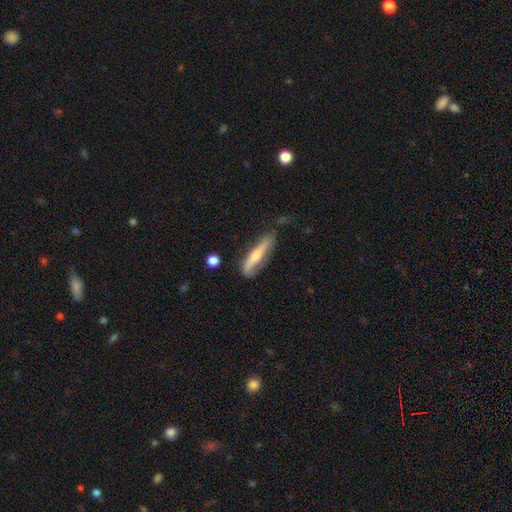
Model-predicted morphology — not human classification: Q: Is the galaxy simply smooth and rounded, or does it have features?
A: smooth — 51%.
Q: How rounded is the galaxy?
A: cigar-shaped — 82%.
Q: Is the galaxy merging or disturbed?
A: none — 56%.